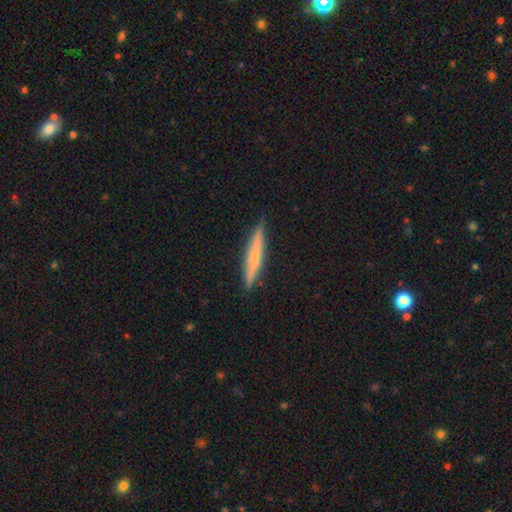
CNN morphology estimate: Smooth or featured? Predicted: smooth (p=0.51). How rounded? Predicted: cigar-shaped (p=0.95). Merging? Predicted: none (p=0.91).